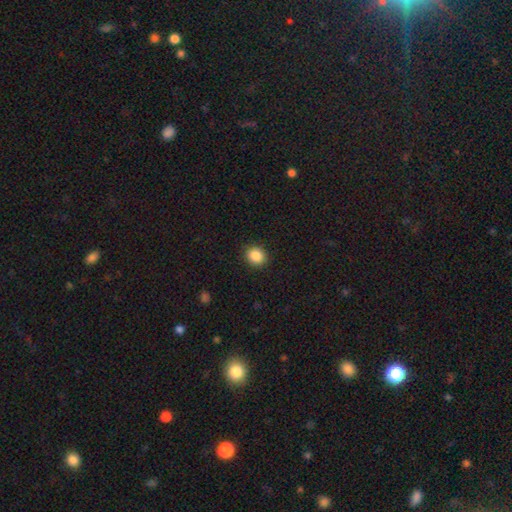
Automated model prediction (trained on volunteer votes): Overall: smooth (88%). How rounded: round (75%). Merging: none (91%).